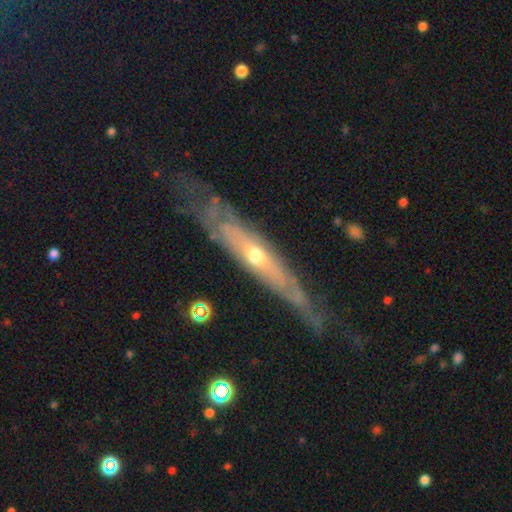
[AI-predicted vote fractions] This is likely a featured or disk galaxy (73%). It is possibly viewed edge-on (59%). Merging: likely none (65%).